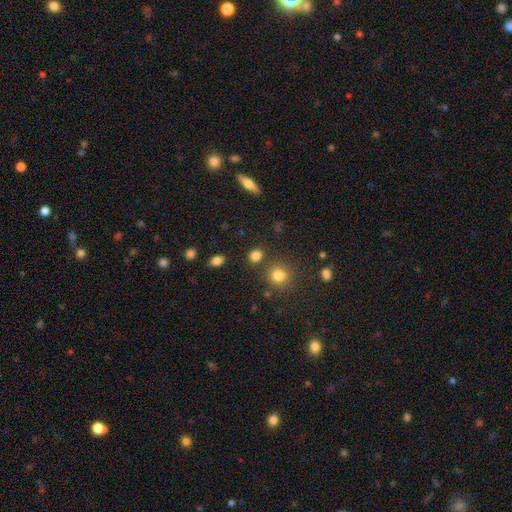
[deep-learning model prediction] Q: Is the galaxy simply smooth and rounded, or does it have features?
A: smooth — 82%.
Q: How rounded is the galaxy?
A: round — 73%.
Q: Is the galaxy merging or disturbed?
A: none — 80%.